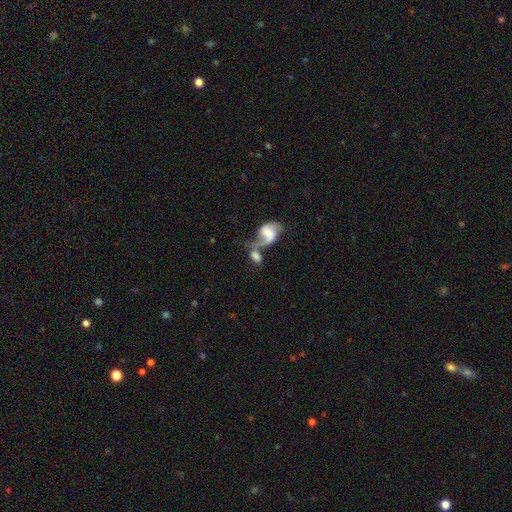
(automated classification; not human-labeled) Smooth or featured? Predicted: smooth (p=0.49). Merging? Predicted: merger (p=0.61).